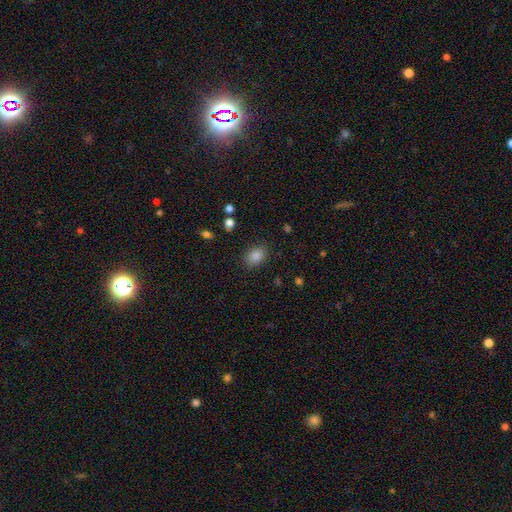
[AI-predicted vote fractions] Morphology: type=smooth (85%); roundness=in between (69%); merging=none (86%).